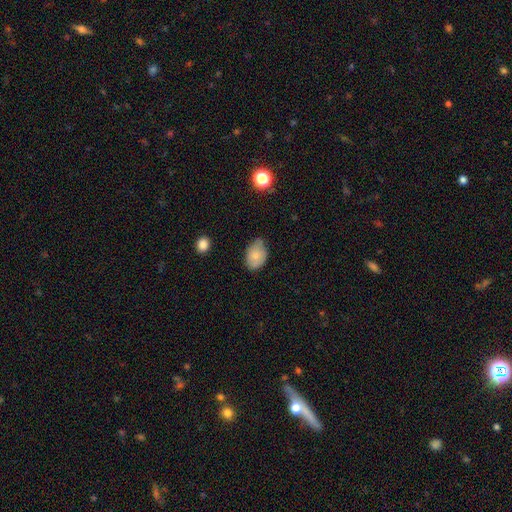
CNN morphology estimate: type=smooth (78%); roundness=in between (80%); merging=none (57%).